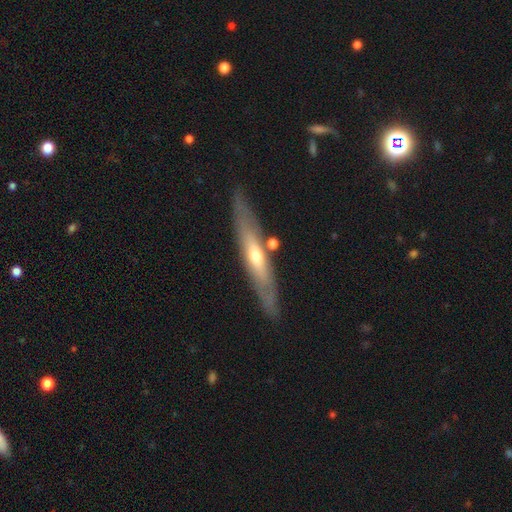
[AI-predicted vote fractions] This is likely a featured or disk galaxy (63%). It is likely viewed edge-on (73%). Merging: clearly none (80%).